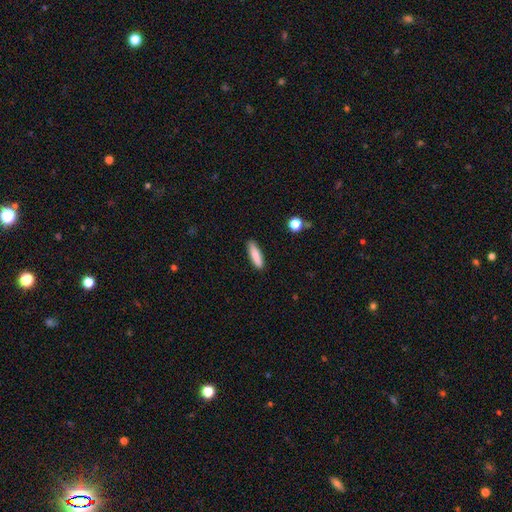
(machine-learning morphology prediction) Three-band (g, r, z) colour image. It shows a smooth galaxy with no disk features (83%) that is cigar-shaped (74%). Merging: none (88%).